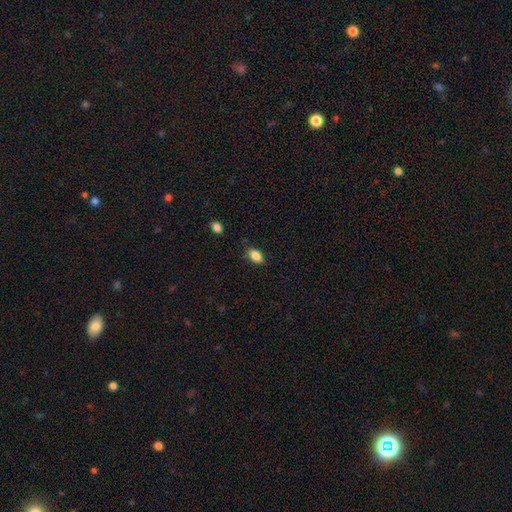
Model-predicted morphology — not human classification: smooth 86%, star or artifact 8%, featured or disk 5%. Down the decision tree: how rounded — in between (90%); merging — none (81%).